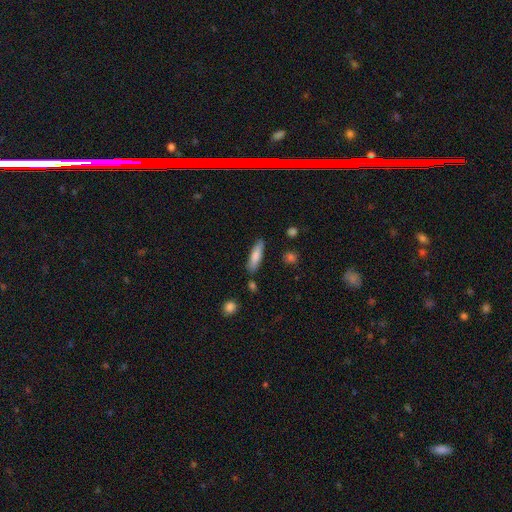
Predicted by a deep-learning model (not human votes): smooth-or-featured: smooth: 81% | featured or disk: 13% | star or artifact: 6%
  how-rounded: cigar-shaped: 63% | in between: 36% | round: 2%
  merging: none: 82% | minor disturbance: 12% | merger: 3% | major disturbance: 3%